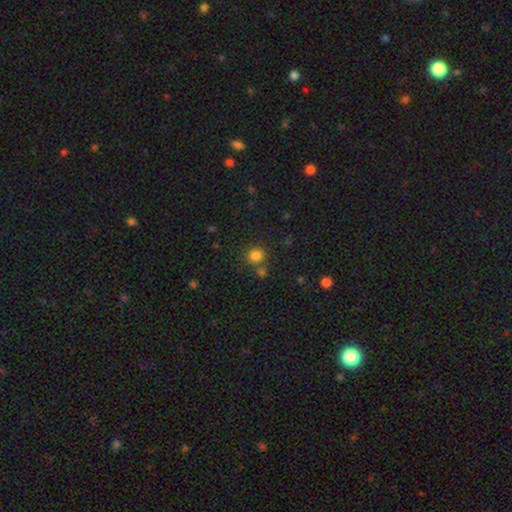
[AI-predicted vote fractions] A smooth galaxy with no disk features (81%) that is round (87%). Merging: none (73%).